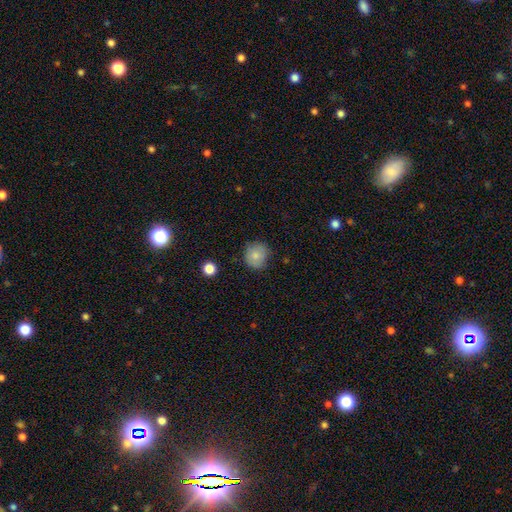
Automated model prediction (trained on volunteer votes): smooth-or-featured: smooth: 81% | featured or disk: 10% | star or artifact: 9%
  how-rounded: round: 87% | in between: 12% | cigar-shaped: 1%
  merging: none: 78% | minor disturbance: 17% | major disturbance: 3% | merger: 1%